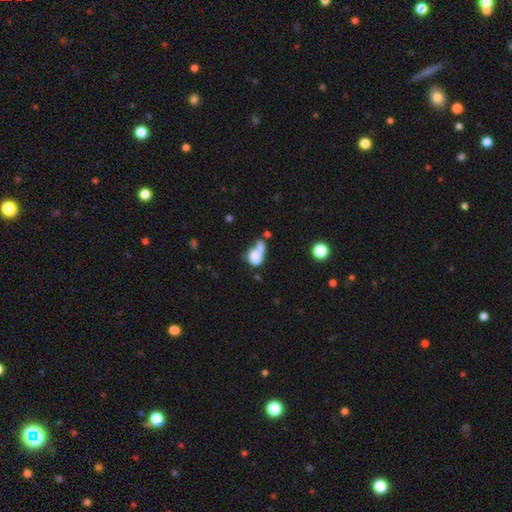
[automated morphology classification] smooth_or_featured: smooth (p=0.67) [alt: featured or disk p=0.22]
how_rounded: in between (p=0.71) [alt: round p=0.24]
merging: merger (p=0.54) [alt: none p=0.18]